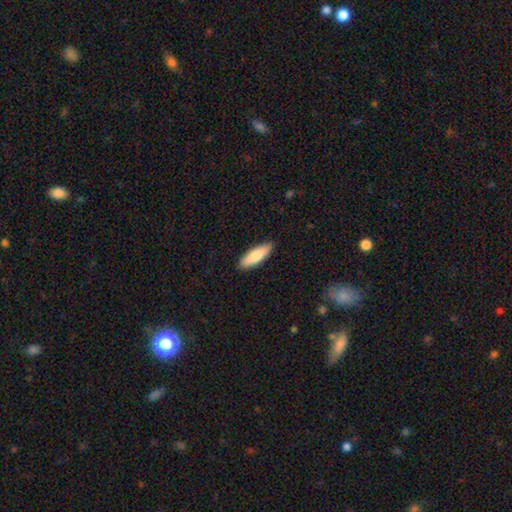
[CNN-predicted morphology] This is clearly a smooth galaxy (83%). How rounded: possibly in between (52%). Merging: clearly none (89%).